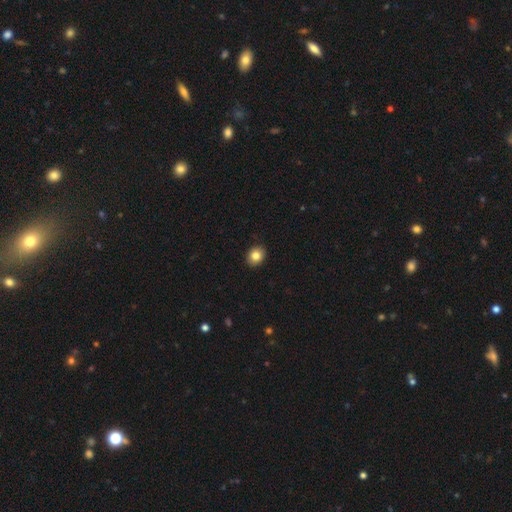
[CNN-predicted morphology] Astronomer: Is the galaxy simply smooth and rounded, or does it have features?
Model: smooth — 84%.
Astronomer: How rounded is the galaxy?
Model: round — 56% (runner-up: in between, 43%).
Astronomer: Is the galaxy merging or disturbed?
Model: none — 91%.